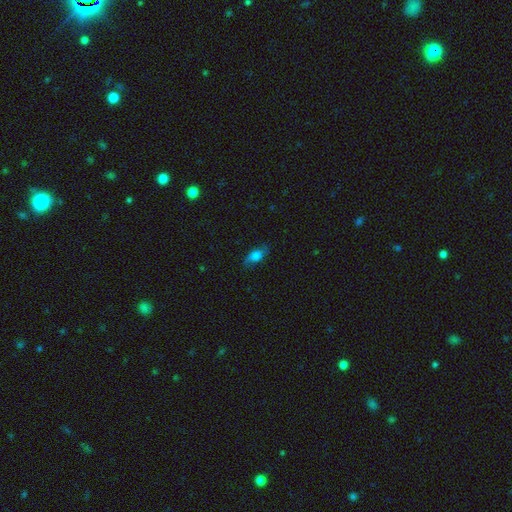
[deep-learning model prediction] Q: Smooth or featured?
A: smooth (54%); runner-up: featured or disk (36%)
Q: How rounded?
A: in between (78%); runner-up: cigar-shaped (13%)
Q: Merging?
A: none (76%); runner-up: minor disturbance (18%)